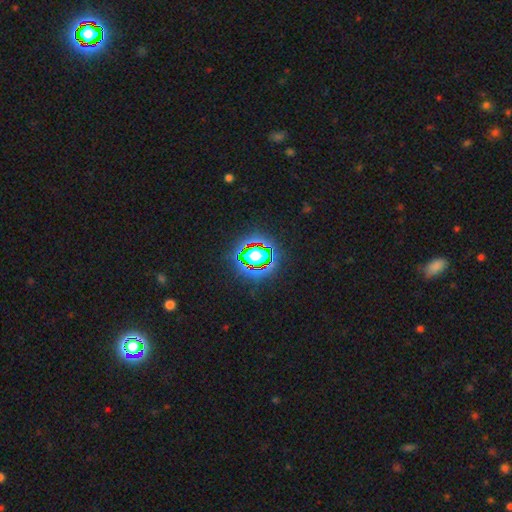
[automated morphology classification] smooth-or-featured: star or artifact: 82% | smooth: 11% | featured or disk: 7%